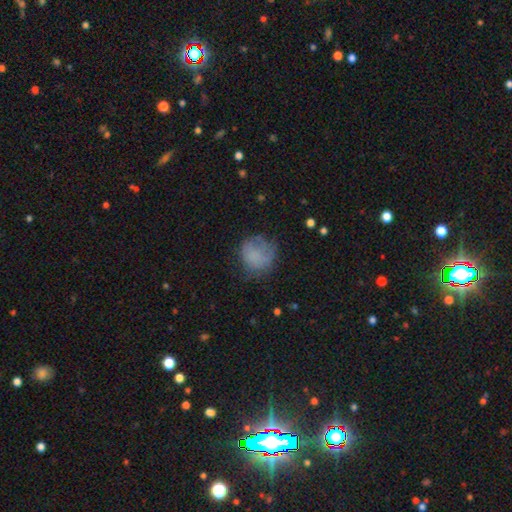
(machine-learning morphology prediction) Smooth or featured? Predicted: smooth (p=0.71). How rounded? Predicted: round (p=0.77). Merging? Predicted: none (p=0.50).